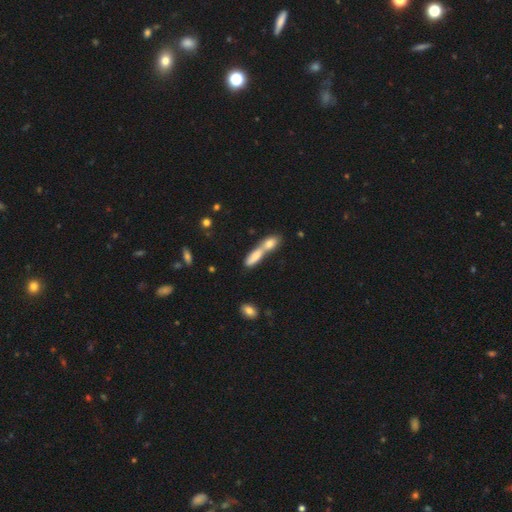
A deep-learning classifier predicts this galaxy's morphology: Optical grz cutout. It shows a smooth galaxy with no disk features (68%) that is cigar-shaped (51%). Merging: merger (69%).